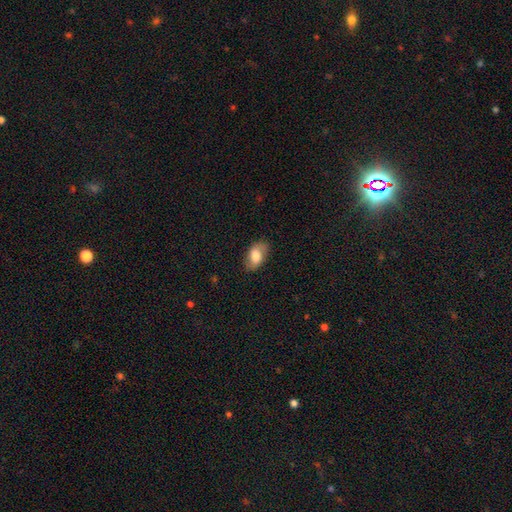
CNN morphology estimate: smooth 72%, featured or disk 21%, star or artifact 7%. Down the decision tree: how rounded — in between (91%); merging — none (77%).